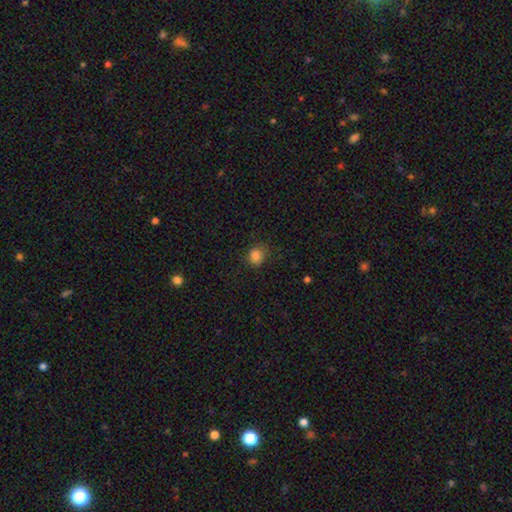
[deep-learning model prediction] This appears to be a smooth galaxy with no disk features (84%) that is round (75%). Merging: none (78%).